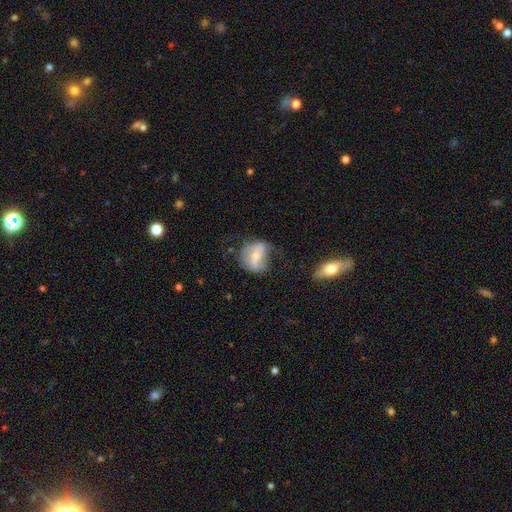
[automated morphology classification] Smooth or featured? featured or disk (51%)
Edge-on disk? no (94%)
Merging? none (44%)